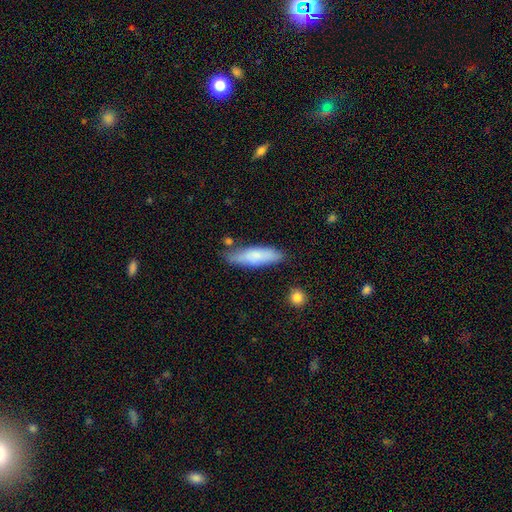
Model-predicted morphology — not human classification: This appears to be a smooth galaxy with no disk features (75%) that is cigar-shaped (59%). Merging: none (71%).